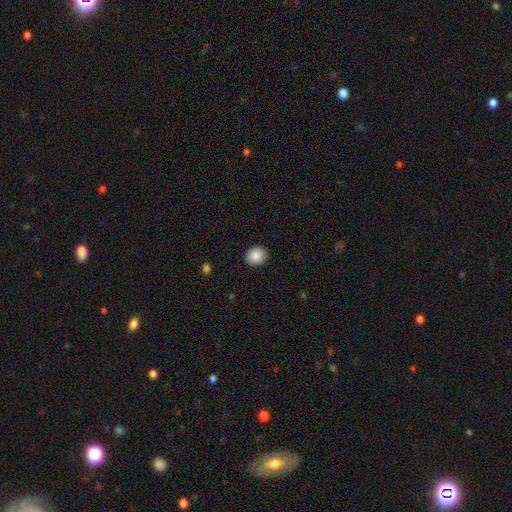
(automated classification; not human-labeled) Q: Smooth or featured?
A: smooth (89%); runner-up: star or artifact (8%)
Q: How rounded?
A: round (71%); runner-up: in between (28%)
Q: Merging?
A: none (91%); runner-up: minor disturbance (6%)